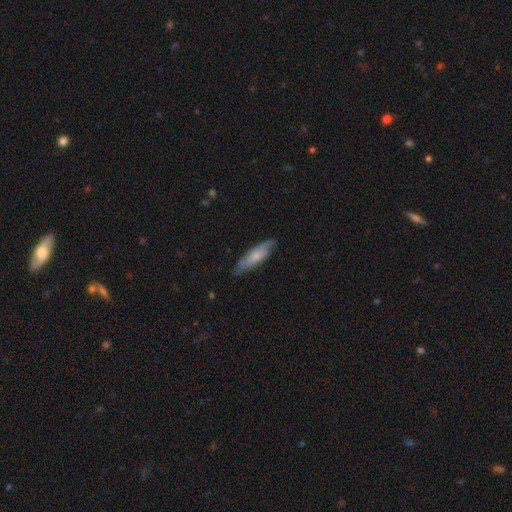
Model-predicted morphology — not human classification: Q: Smooth or featured?
A: smooth (58%); runner-up: featured or disk (37%)
Q: How rounded?
A: cigar-shaped (60%); runner-up: in between (38%)
Q: Merging?
A: none (76%); runner-up: minor disturbance (19%)